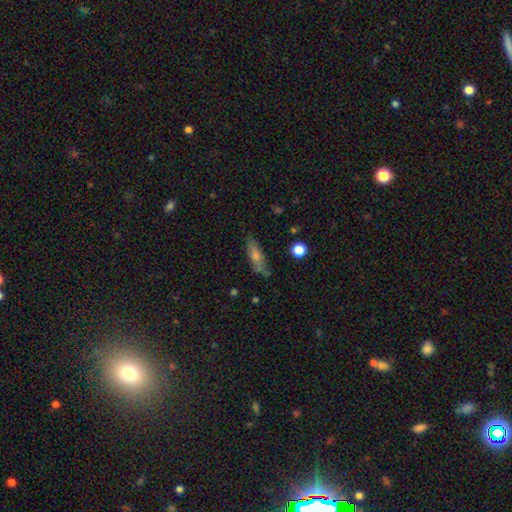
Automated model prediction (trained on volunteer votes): smooth 52%, featured or disk 37%, star or artifact 11%. Down the decision tree: how rounded — cigar-shaped (57%); merging — none (73%).